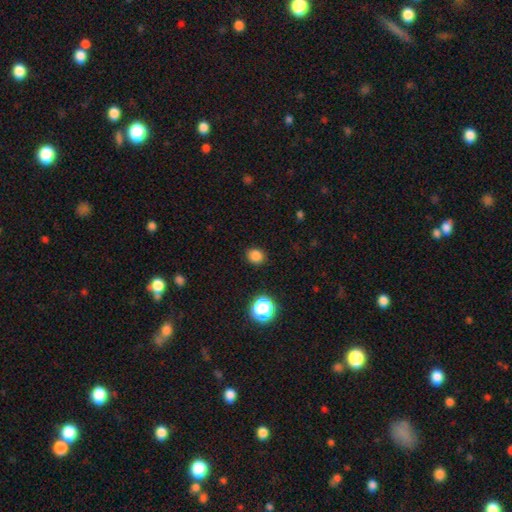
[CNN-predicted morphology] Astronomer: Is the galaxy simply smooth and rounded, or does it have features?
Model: smooth — 83%.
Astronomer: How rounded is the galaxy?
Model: round — 77%.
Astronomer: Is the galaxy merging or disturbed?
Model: none — 88%.